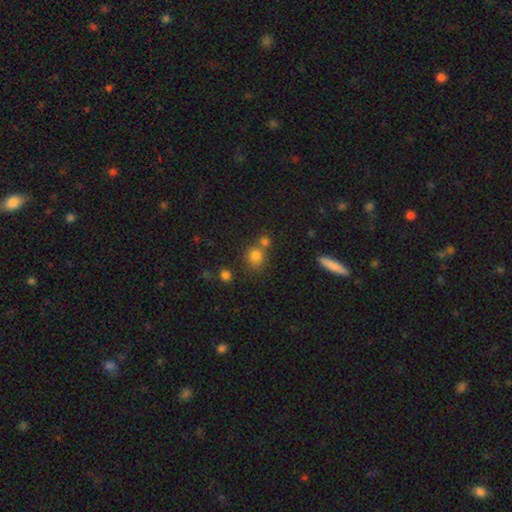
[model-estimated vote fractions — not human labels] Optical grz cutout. It shows a smooth galaxy with no disk features (77%) that is round (81%). Merging: none (56%).